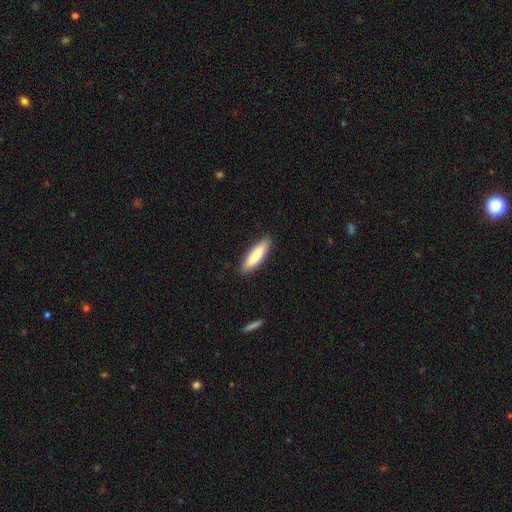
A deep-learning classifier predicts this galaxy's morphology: A smooth galaxy with no disk features (83%) that is cigar-shaped (67%). Merging: none (89%).